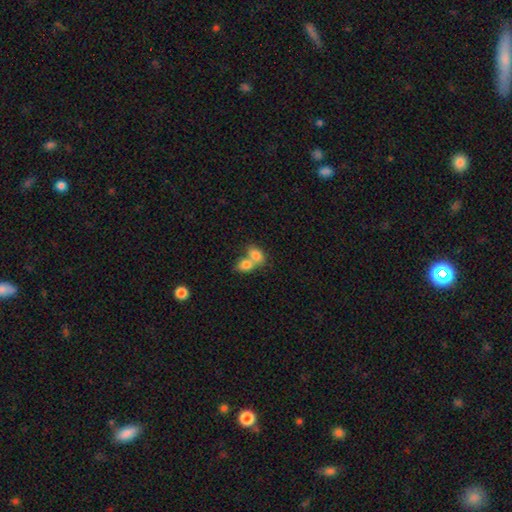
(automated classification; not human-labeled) Smooth or featured? Predicted: smooth (p=0.80). How rounded? Predicted: in between (p=0.75). Merging? Predicted: merger (p=0.69).